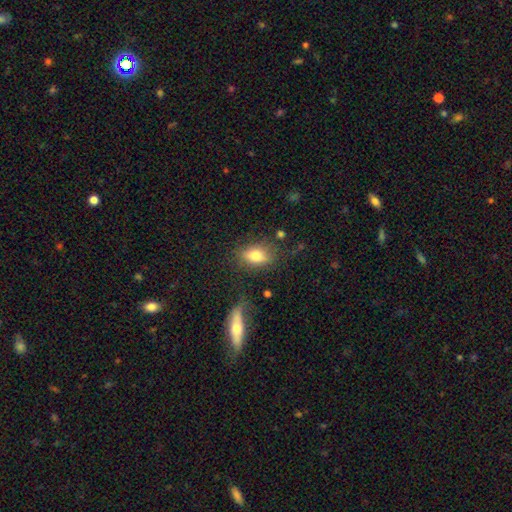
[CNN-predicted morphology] This appears to be a smooth galaxy with no disk features (72%) that is in between round and cigar-shaped (79%). Merging: none (74%).